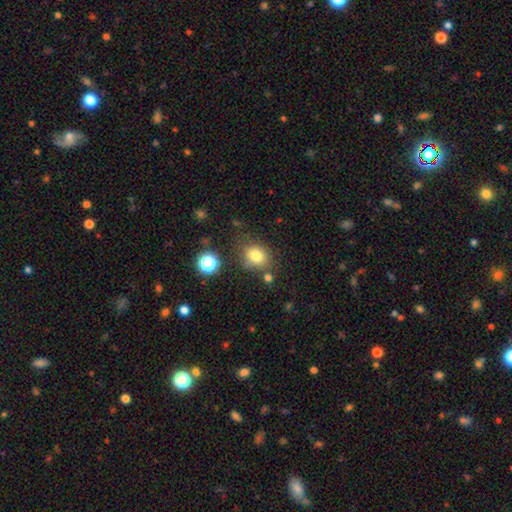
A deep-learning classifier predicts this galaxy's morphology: Q: Smooth or featured?
A: smooth (79%); runner-up: star or artifact (13%)
Q: How rounded?
A: round (59%); runner-up: in between (40%)
Q: Merging?
A: none (72%); runner-up: minor disturbance (15%)